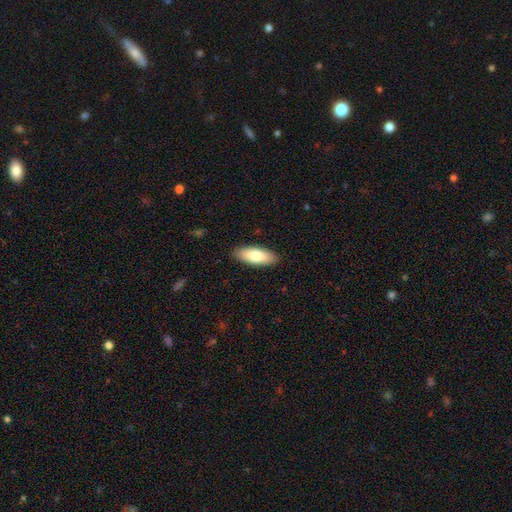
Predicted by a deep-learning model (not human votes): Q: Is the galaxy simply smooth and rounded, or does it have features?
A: smooth — 78%.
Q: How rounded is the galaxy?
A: in between — 77%.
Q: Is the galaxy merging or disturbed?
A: none — 89%.